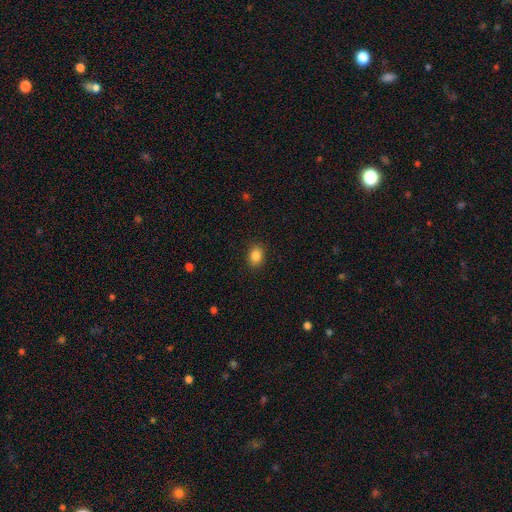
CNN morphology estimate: A smooth galaxy with no disk features (86%) that is in between round and cigar-shaped (66%). Merging: none (89%).